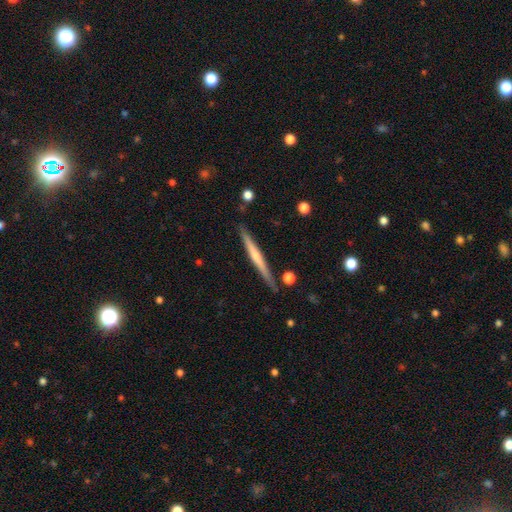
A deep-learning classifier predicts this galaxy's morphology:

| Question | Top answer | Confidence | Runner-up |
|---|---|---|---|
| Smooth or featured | featured or disk | 55% | smooth (39%) |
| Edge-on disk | yes | 97% | no (3%) |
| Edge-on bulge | none | 54% | rounded (38%) |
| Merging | none | 88% | minor disturbance (9%) |